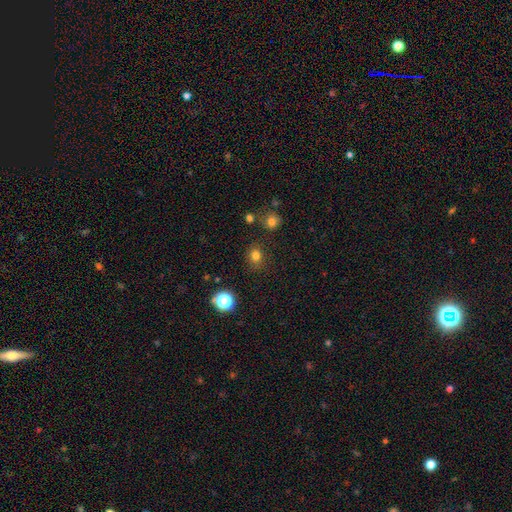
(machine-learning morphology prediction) smooth-or-featured: smooth: 77% | star or artifact: 18% | featured or disk: 6%
  how-rounded: round: 74% | in between: 25% | cigar-shaped: 1%
  merging: none: 82% | minor disturbance: 11% | major disturbance: 4% | merger: 3%